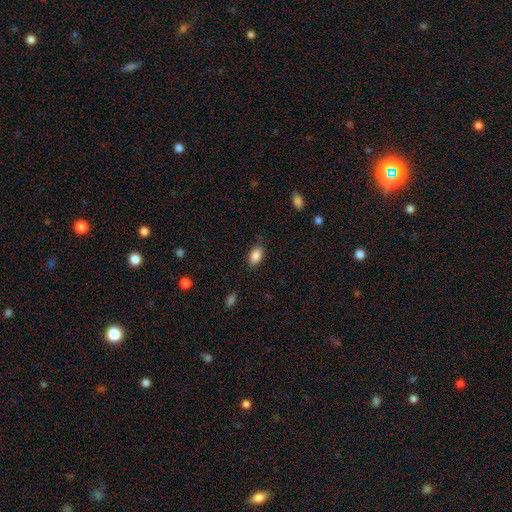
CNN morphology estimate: This is clearly a smooth galaxy (87%). How rounded: clearly in between (91%). Merging: clearly none (81%).